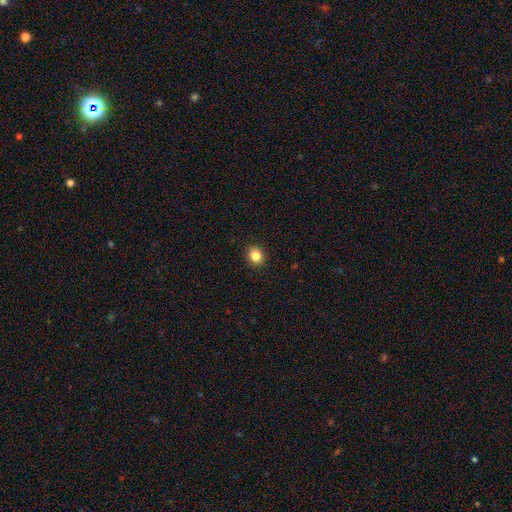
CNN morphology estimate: smooth-or-featured: smooth: 84% | star or artifact: 11% | featured or disk: 5%
  how-rounded: round: 72% | in between: 27% | cigar-shaped: 1%
  merging: none: 92% | minor disturbance: 6% | major disturbance: 2% | merger: 1%